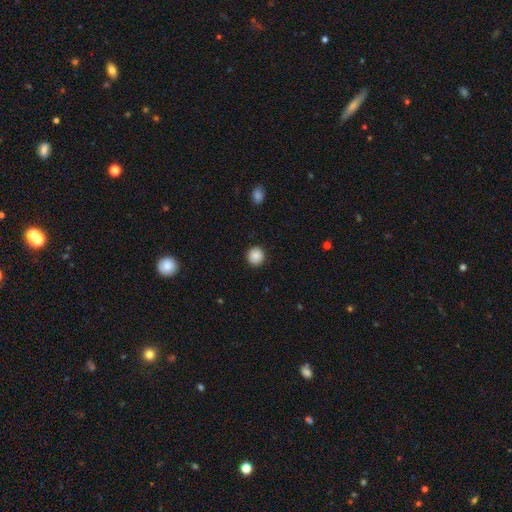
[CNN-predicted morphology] A smooth galaxy with no disk features (87%) that is round (93%).

Vote fractions:
- Smooth or featured? smooth: 87% / star or artifact: 9% / featured or disk: 4%
- How rounded? round: 93% / in between: 6% / cigar-shaped: 1%
- Merging? none: 92% / minor disturbance: 5% / major disturbance: 2% / merger: 1%